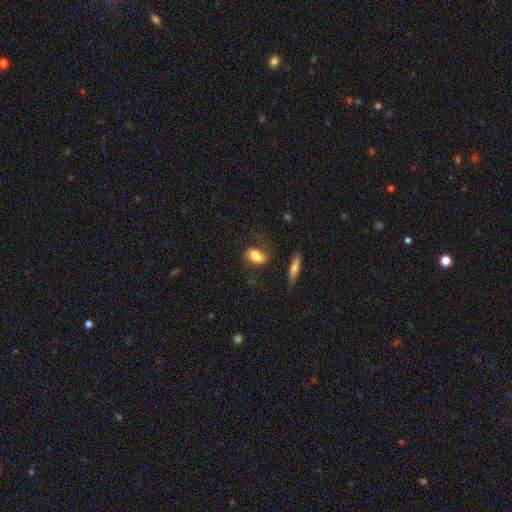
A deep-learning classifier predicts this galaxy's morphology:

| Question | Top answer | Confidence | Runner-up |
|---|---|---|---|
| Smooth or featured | smooth | 77% | featured or disk (16%) |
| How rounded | in between | 85% | round (12%) |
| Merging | none | 65% | minor disturbance (21%) |